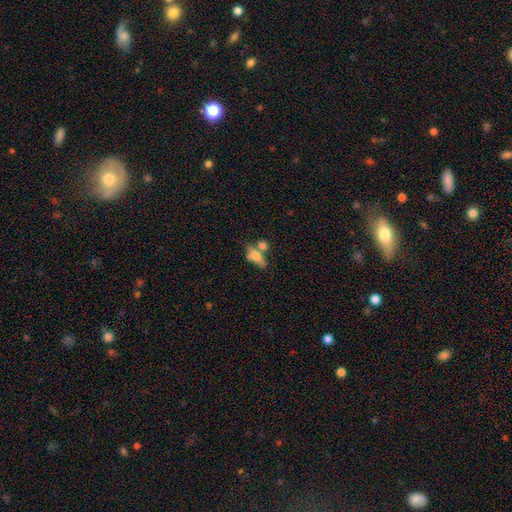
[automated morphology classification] Q: Smooth or featured?
A: smooth (60%); runner-up: featured or disk (31%)
Q: How rounded?
A: in between (64%); runner-up: cigar-shaped (24%)
Q: Merging?
A: merger (38%); runner-up: none (35%)